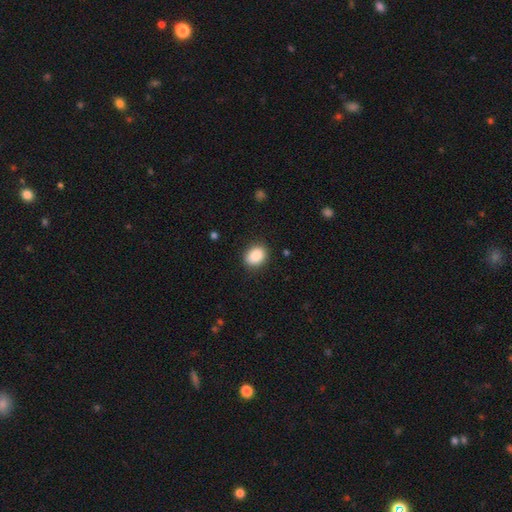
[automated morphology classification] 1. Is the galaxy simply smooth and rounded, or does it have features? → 89% smooth, 8% star or artifact, 4% featured or disk.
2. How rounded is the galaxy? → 61% in between, 38% round, 1% cigar-shaped.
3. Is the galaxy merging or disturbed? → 87% none, 9% minor disturbance, 3% major disturbance, 1% merger.